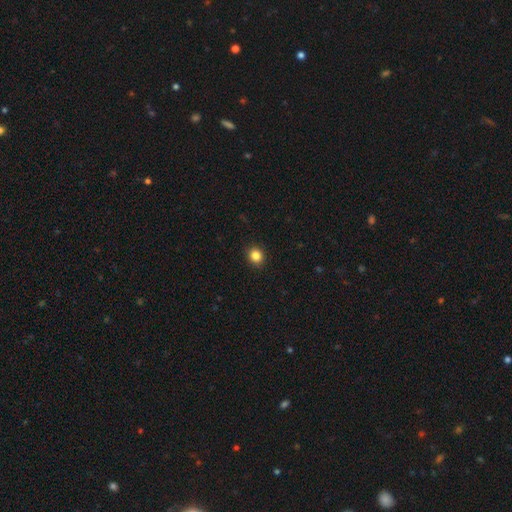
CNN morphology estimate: The model was most divided on "how rounded": round: 76%, in between: 23%, cigar-shaped: 1%. More confident: merging — none (91%); smooth or featured — smooth (85%).